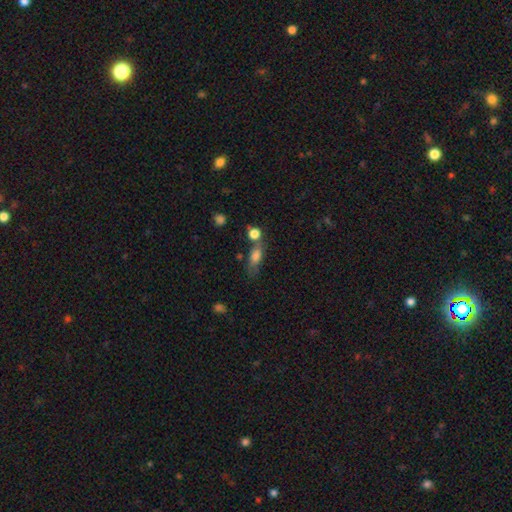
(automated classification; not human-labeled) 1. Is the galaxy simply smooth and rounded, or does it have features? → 74% smooth, 15% featured or disk, 11% star or artifact.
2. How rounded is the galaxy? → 65% in between, 26% cigar-shaped, 9% round.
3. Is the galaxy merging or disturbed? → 46% none, 26% merger, 19% minor disturbance, 10% major disturbance.